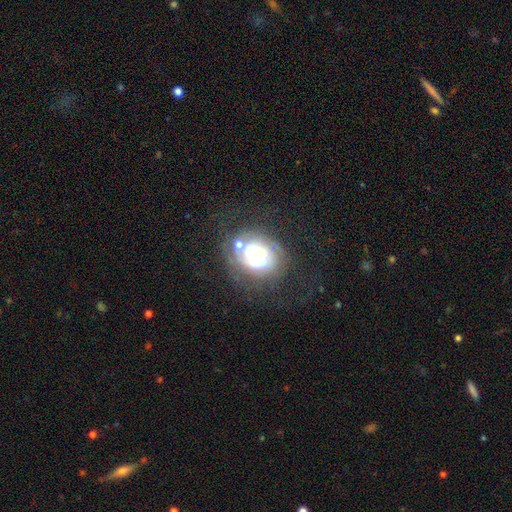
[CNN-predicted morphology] A featured or disk galaxy (75%) with no bar (72%), 2 (43%) tight (66%) spiral arms (79%) and a moderate central bulge (62%). Merging: none (58%).